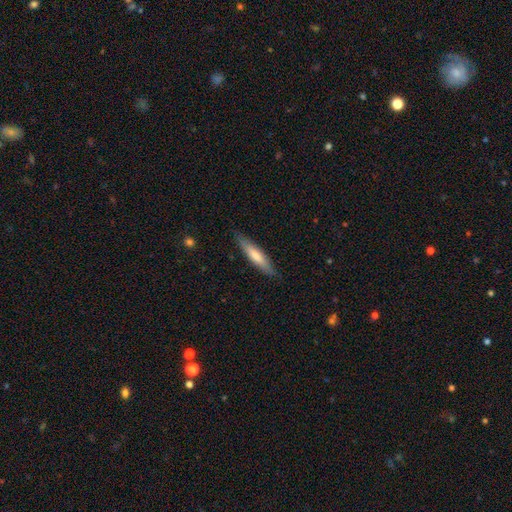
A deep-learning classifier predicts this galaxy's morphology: type=smooth (68%); roundness=cigar-shaped (81%); merging=none (86%).